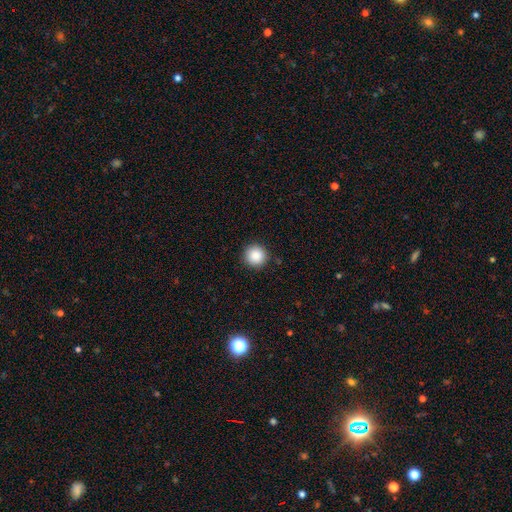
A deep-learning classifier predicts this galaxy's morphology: smooth 88%, star or artifact 9%, featured or disk 4%. Down the decision tree: how rounded — round (95%); merging — none (91%).